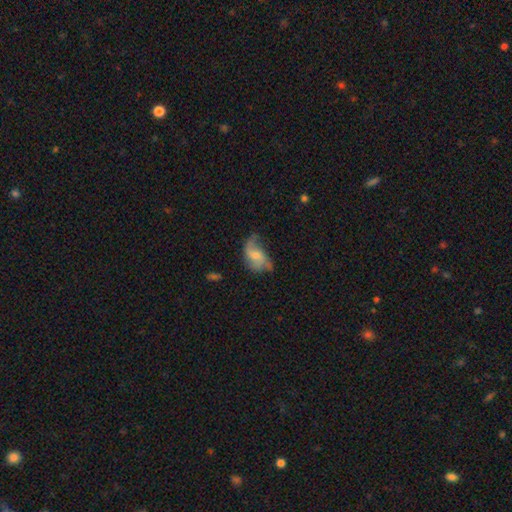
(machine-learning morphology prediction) Smooth or featured: featured or disk — 60% (smooth — 32%)
Edge-on disk: no — 96% (yes — 4%)
Bar: no — 59% (weak — 35%)
Spiral arms: yes — 81% (no — 19%)
Bulge size: small — 45% (moderate — 34%)
Merging: none — 37% (minor disturbance — 30%)